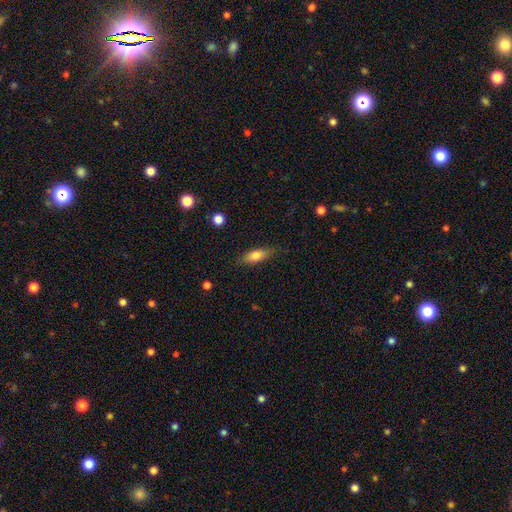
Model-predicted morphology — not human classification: Smooth or featured? smooth (74%)
How rounded? in between (57%)
Merging? none (81%)